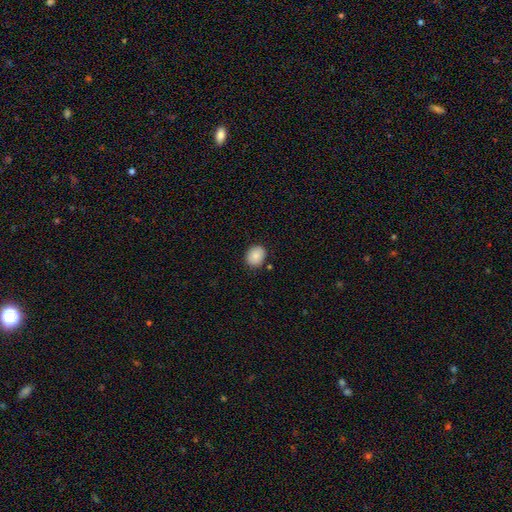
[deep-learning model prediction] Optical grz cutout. It shows a smooth galaxy with no disk features (88%) that is round (51%). Merging: none (86%).